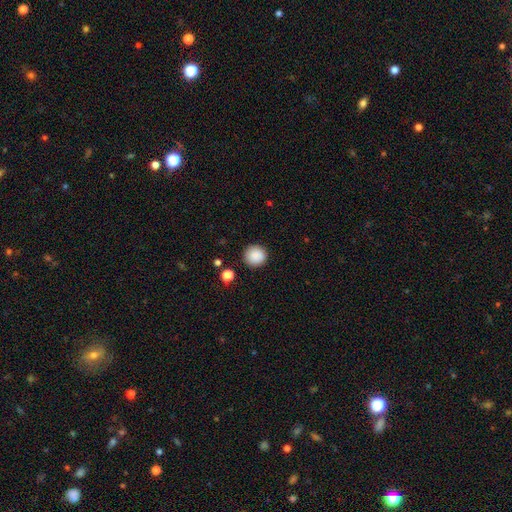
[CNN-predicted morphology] Smooth or featured? Predicted: smooth (p=0.88). How rounded? Predicted: round (p=0.94). Merging? Predicted: none (p=0.90).